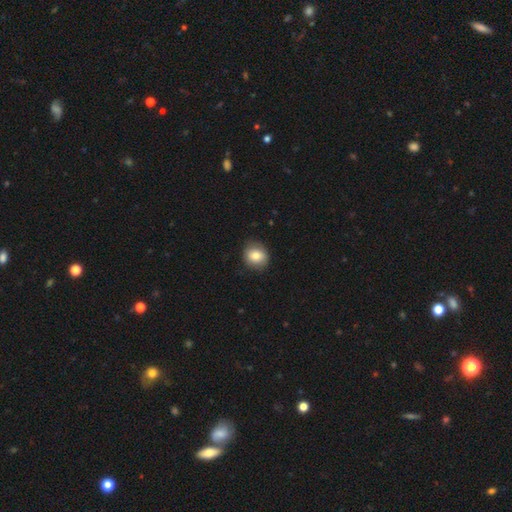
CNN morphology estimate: This appears to be a smooth galaxy with no disk features (81%) that is round (75%). Merging: none (86%).